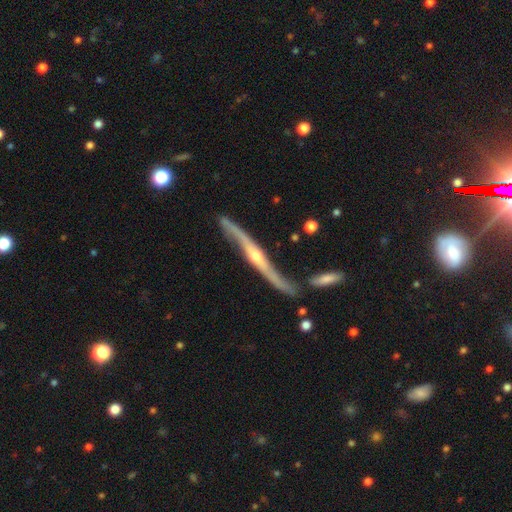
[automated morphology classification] featured or disk 87%, smooth 8%, star or artifact 5%. Down the decision tree: edge-on disk — yes (80%); edge-on bulge — rounded (83%); merging — none (61%).